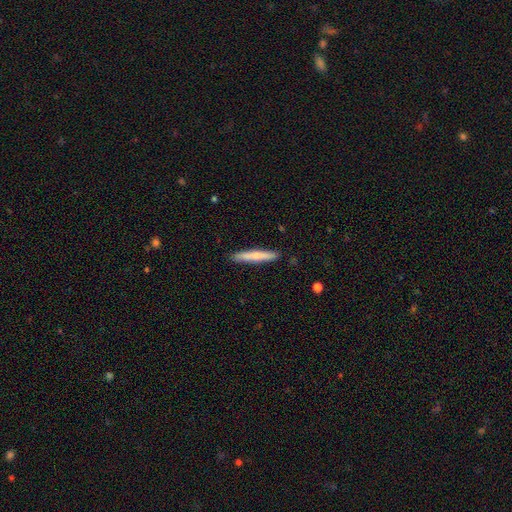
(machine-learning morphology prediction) Smooth or featured?
  - smooth: 65% *
  - featured or disk: 29%
  - star or artifact: 5%
How rounded?
  - cigar-shaped: 94% *
  - in between: 4%
  - round: 1%
Merging?
  - none: 90% *
  - minor disturbance: 8%
  - major disturbance: 1%
  - merger: 1%